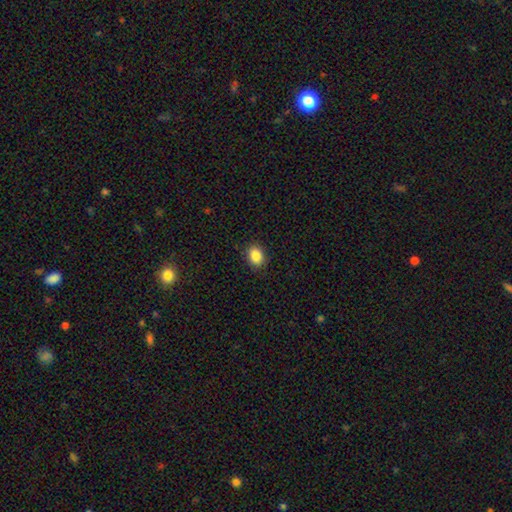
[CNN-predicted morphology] Smooth or featured? Predicted: smooth (p=0.87). How rounded? Predicted: in between (p=0.57). Merging? Predicted: none (p=0.89).